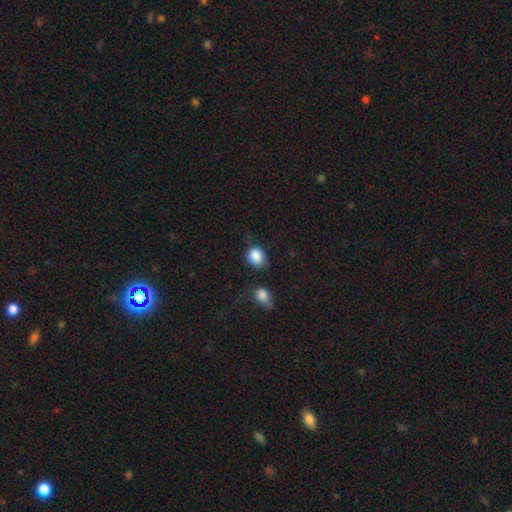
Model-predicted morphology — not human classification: This is clearly a smooth galaxy (87%). How rounded: possibly round (57%). Merging: likely none (64%).